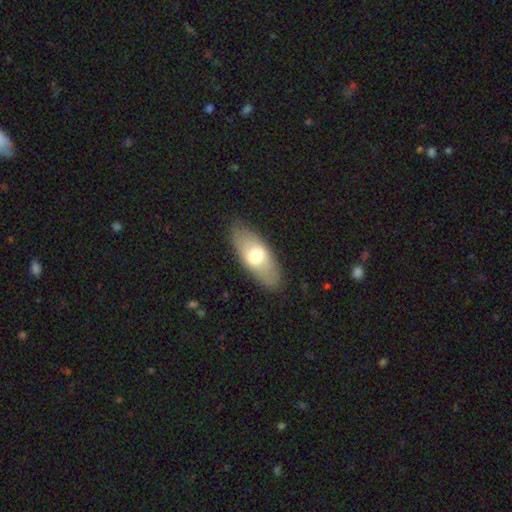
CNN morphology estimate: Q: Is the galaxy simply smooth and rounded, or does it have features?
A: smooth — 62%.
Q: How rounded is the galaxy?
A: in between — 84%.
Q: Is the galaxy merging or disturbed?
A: none — 85%.